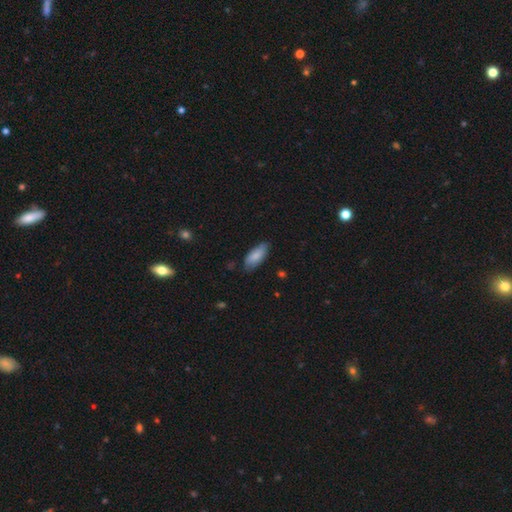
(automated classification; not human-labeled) Smooth or featured? Predicted: smooth (p=0.83). How rounded? Predicted: in between (p=0.84). Merging? Predicted: none (p=0.73).